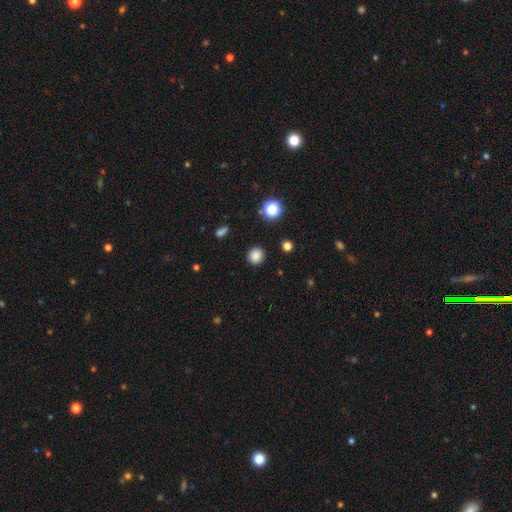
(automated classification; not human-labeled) Morphology: type=smooth (84%); roundness=round (91%); merging=none (90%).